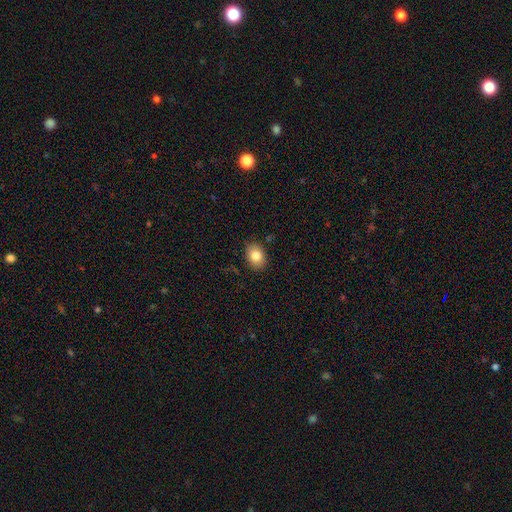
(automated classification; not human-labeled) Overall: smooth (82%). How rounded: in between (71%). Merging: none (87%).